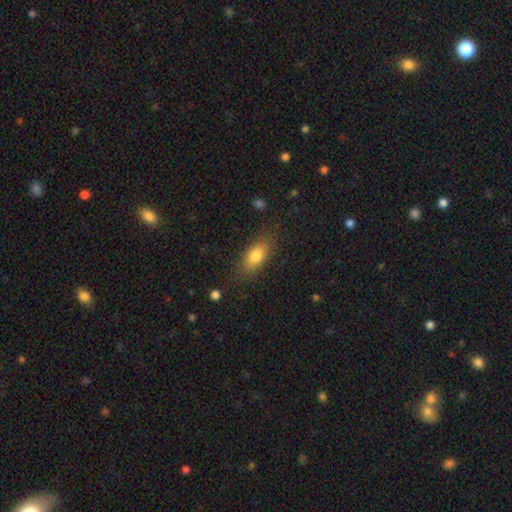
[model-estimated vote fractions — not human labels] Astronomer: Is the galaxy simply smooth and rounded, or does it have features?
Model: smooth — 78%.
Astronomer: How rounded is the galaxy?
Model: in between — 81%.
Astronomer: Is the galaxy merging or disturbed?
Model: none — 80%.